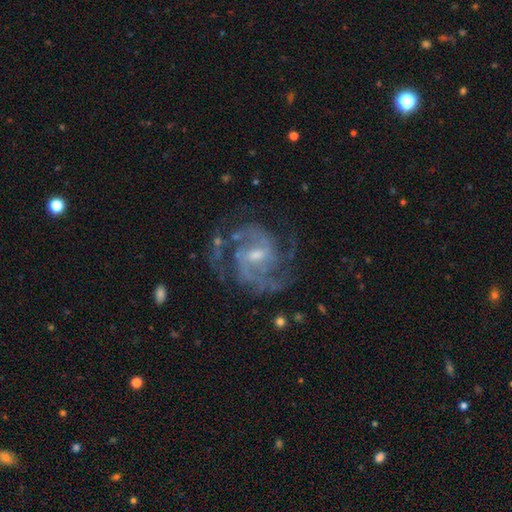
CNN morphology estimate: featured or disk 91%, star or artifact 5%, smooth 4%. Down the decision tree: edge-on disk — no (98%); bar — weak (57%); spiral arms — yes (97%); spiral arm count — 2 (60%); spiral winding — medium (54%); bulge size — small (50%); merging — none (69%).